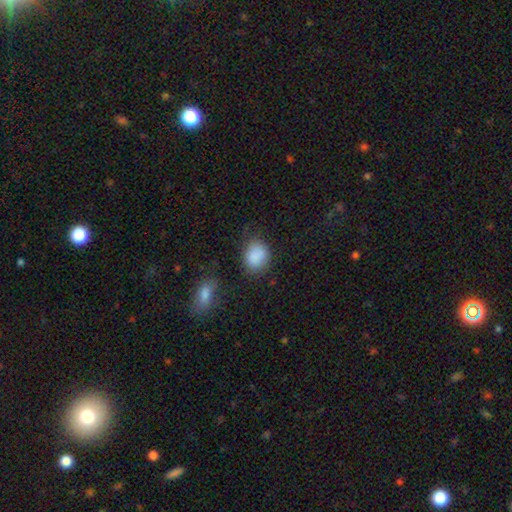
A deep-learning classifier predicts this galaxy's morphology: This appears to be a smooth galaxy with no disk features (86%) that is in between round and cigar-shaped (54%). Merging: none (65%).